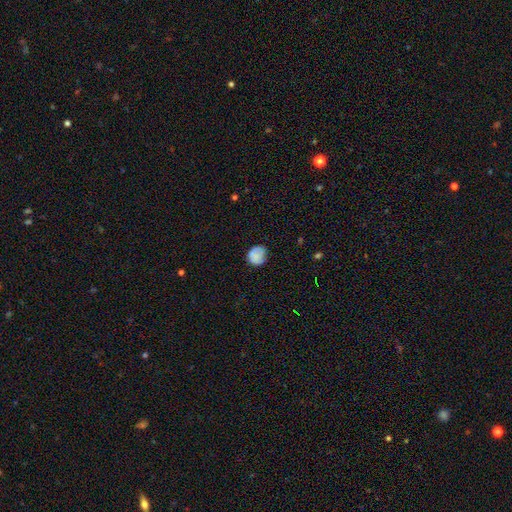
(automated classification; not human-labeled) This is clearly a smooth galaxy (80%). How rounded: likely round (74%). Merging: likely none (67%).